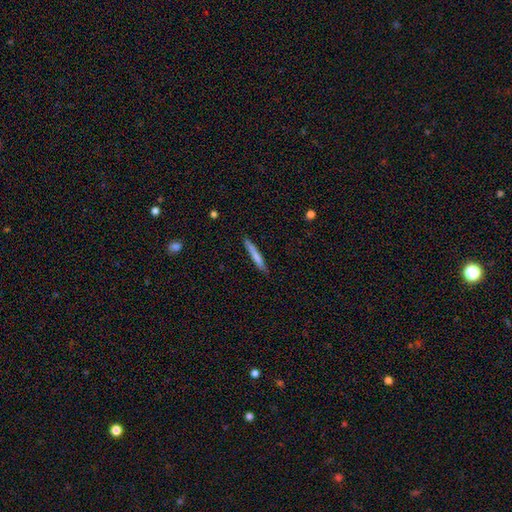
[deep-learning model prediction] Smooth or featured? smooth (73%)
How rounded? cigar-shaped (95%)
Merging? none (85%)